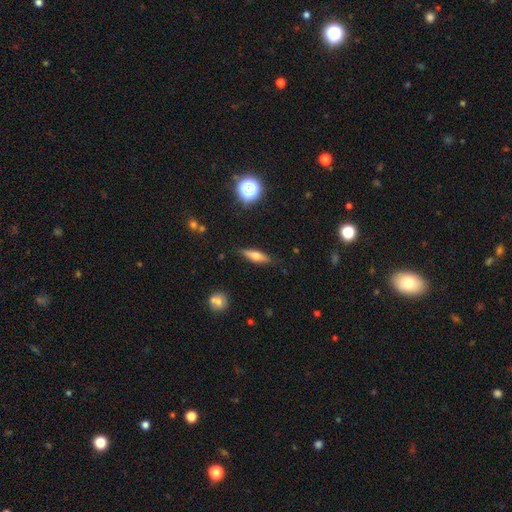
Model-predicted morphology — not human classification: Smooth or featured: smooth — 55% (featured or disk — 37%)
How rounded: cigar-shaped — 57% (in between — 39%)
Merging: none — 85% (minor disturbance — 11%)